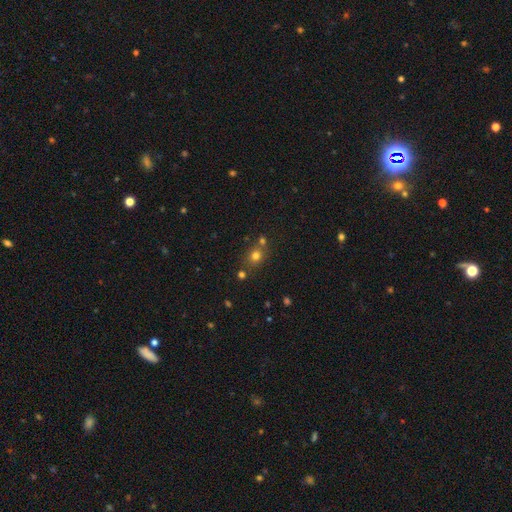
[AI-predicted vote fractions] Smooth or featured: smooth — 72% (star or artifact — 19%)
How rounded: round — 73% (in between — 26%)
Merging: none — 67% (merger — 18%)